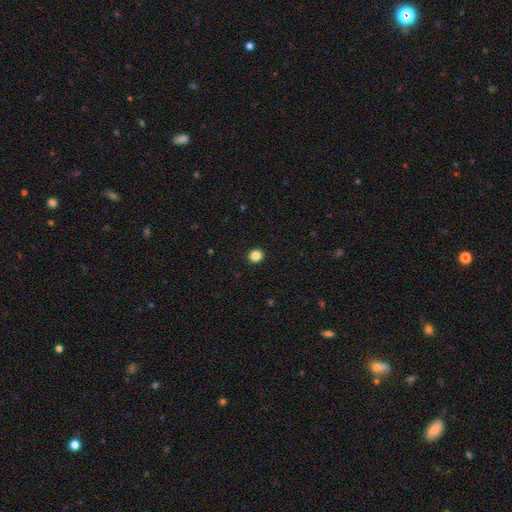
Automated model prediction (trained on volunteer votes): Smooth or featured: smooth — 85% (star or artifact — 11%)
How rounded: round — 88% (in between — 11%)
Merging: none — 93% (minor disturbance — 4%)